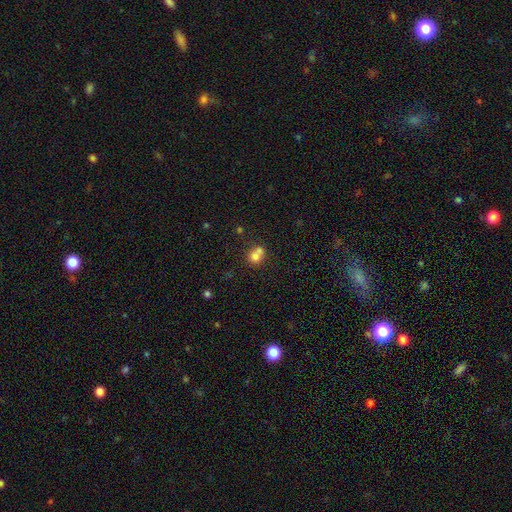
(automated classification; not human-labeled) Morphology: type=smooth (72%); roundness=round (76%); merging=merger (58%).